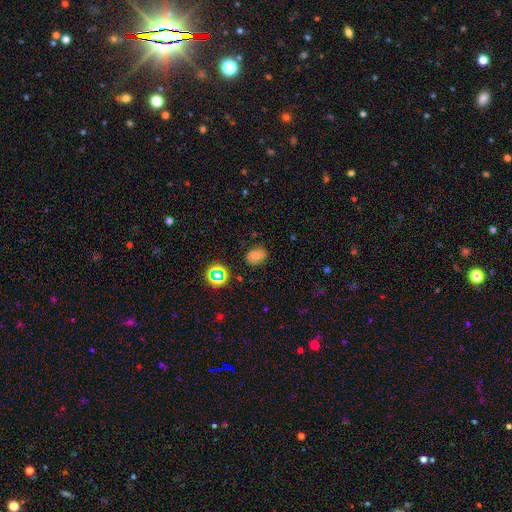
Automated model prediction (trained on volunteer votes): Smooth or featured? smooth (59%)
How rounded? in between (60%)
Merging? none (75%)